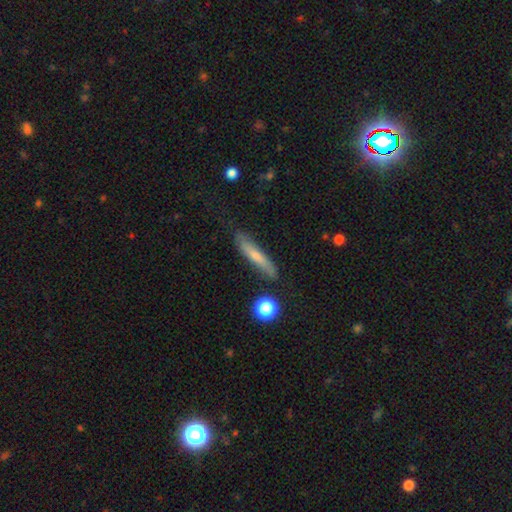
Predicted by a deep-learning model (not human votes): This is possibly a smooth galaxy (59%). How rounded: clearly cigar-shaped (89%). Merging: likely none (78%).